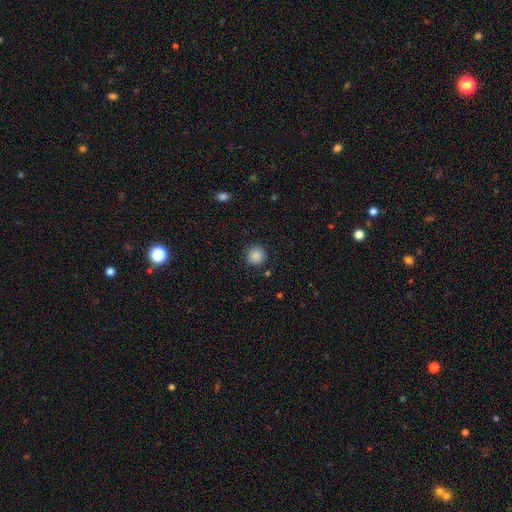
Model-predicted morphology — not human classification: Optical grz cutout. It shows a smooth galaxy with no disk features (87%) that is round (94%). Merging: none (89%).